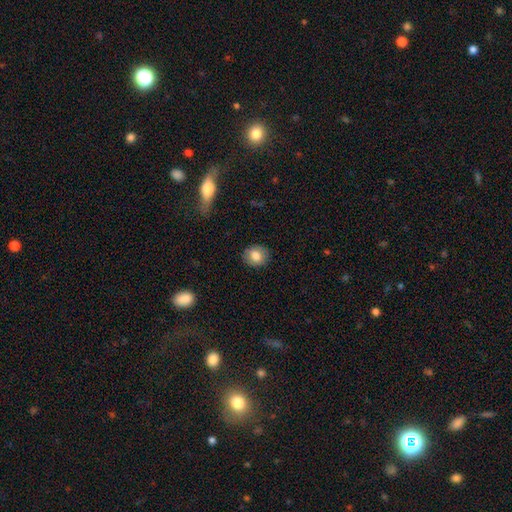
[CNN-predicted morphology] type=smooth (81%); roundness=round (68%); merging=none (86%).